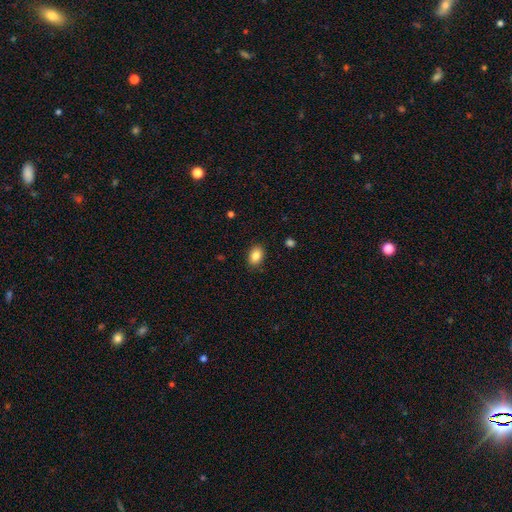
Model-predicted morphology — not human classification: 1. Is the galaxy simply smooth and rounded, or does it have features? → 85% smooth, 8% star or artifact, 6% featured or disk.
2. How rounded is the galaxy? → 80% in between, 19% round, 1% cigar-shaped.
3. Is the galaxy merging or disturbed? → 88% none, 9% minor disturbance, 2% major disturbance, 1% merger.